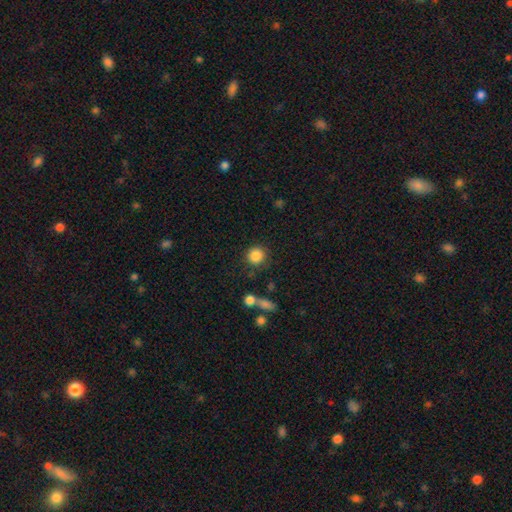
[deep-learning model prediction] Morphology: type=smooth (86%); roundness=round (90%); merging=none (82%).